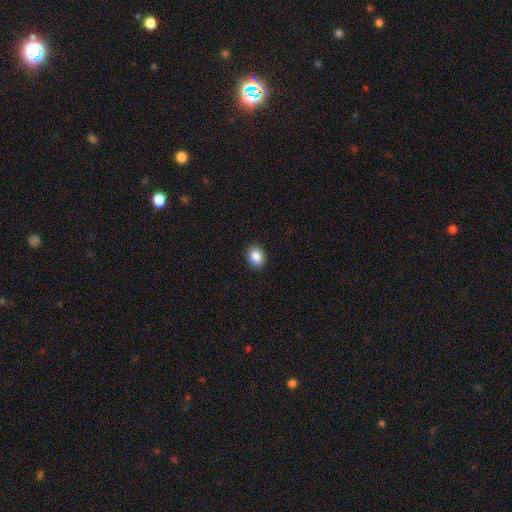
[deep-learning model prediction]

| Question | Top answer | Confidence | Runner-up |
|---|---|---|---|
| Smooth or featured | smooth | 89% | star or artifact (8%) |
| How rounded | in between | 70% | round (29%) |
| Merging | none | 90% | minor disturbance (7%) |